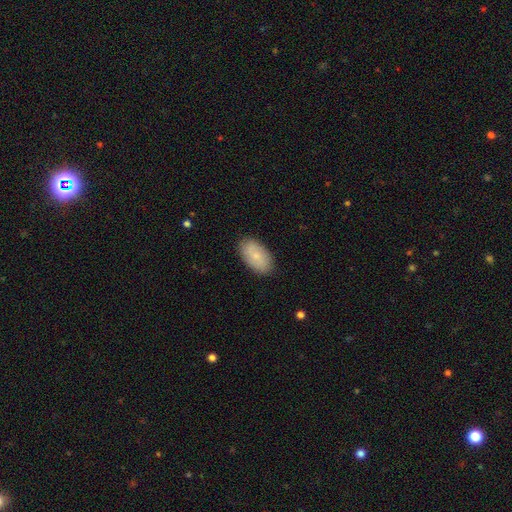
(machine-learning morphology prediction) This is likely a smooth galaxy (75%). How rounded: clearly in between (94%). Merging: clearly none (87%).